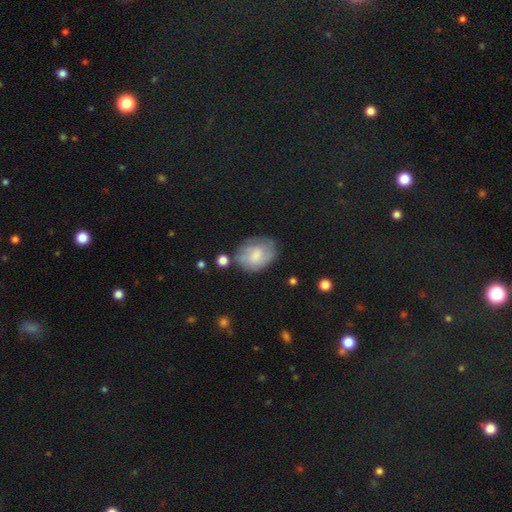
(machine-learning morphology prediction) This appears to be a smooth galaxy with no disk features (63%) that is in between round and cigar-shaped (67%). Merging: none (60%).